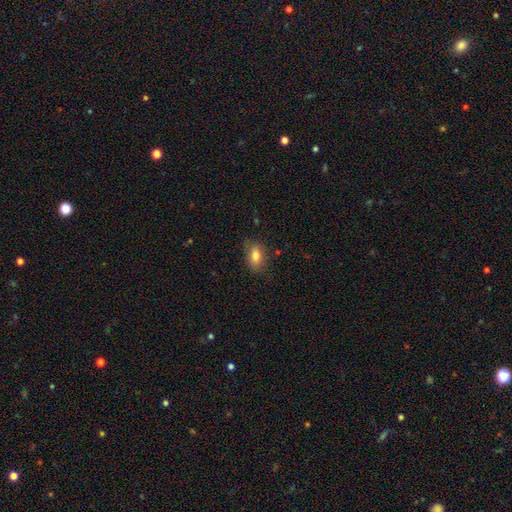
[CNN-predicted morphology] Smooth or featured: smooth — 80% (featured or disk — 12%)
How rounded: in between — 86% (round — 9%)
Merging: none — 76% (minor disturbance — 18%)